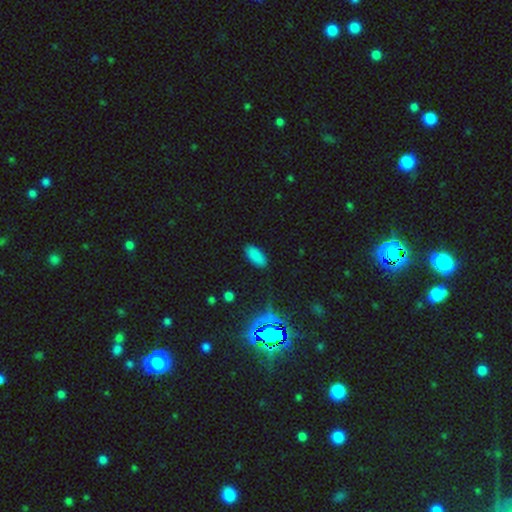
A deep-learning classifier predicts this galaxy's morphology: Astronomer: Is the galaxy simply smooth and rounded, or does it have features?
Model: smooth — 82%.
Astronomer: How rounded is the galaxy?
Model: in between — 89%.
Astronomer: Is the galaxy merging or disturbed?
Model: none — 88%.